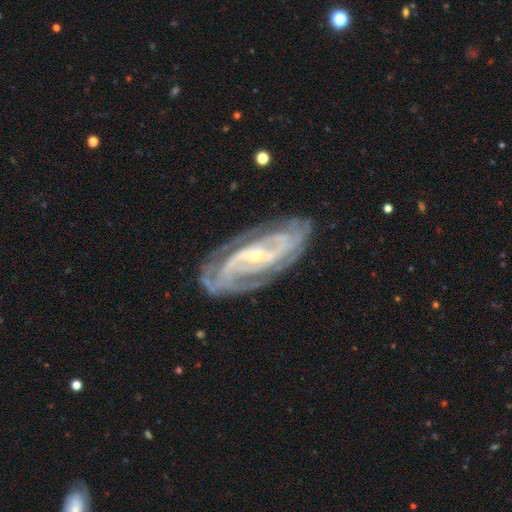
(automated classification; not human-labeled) A featured or disk galaxy (91%) with no bar (37%), 2 (38%) tight (55%) spiral arms (97%) and a small central bulge (75%).

Vote fractions:
- Smooth or featured? featured or disk: 91% / star or artifact: 5% / smooth: 4%
- Edge-on disk? no: 93% / yes: 7%
- Bar? no: 37% / weak: 33% / strong: 30%
- Spiral arms? yes: 97% / no: 3%
- Spiral winding? tight: 55% / medium: 37% / loose: 8%
- Spiral arm count? 2: 38% / can't tell: 20% / 3: 19% / 4: 11% / more than 4: 6% / 1: 6%
- Bulge size? small: 75% / moderate: 21% / none: 1% / large: 1% / dominant: 1%
- Merging? none: 76% / minor disturbance: 16% / major disturbance: 6% / merger: 1%